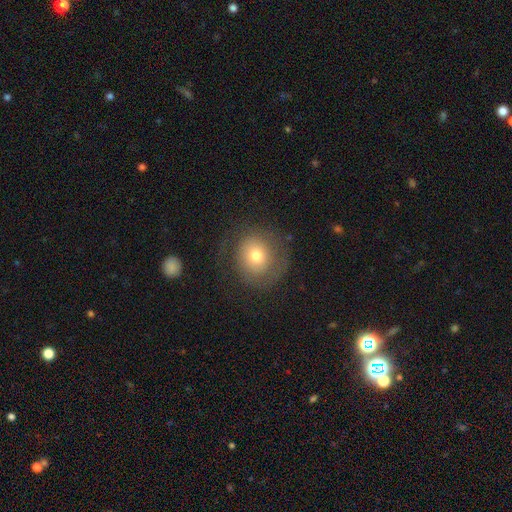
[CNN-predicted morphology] Q: Smooth or featured?
A: smooth (62%); runner-up: featured or disk (28%)
Q: How rounded?
A: round (85%); runner-up: in between (14%)
Q: Merging?
A: none (67%); runner-up: minor disturbance (16%)